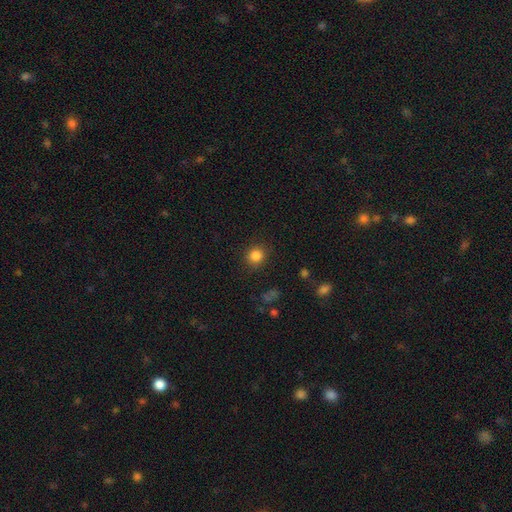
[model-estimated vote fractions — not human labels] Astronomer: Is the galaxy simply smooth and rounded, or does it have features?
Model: smooth — 85%.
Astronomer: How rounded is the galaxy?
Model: round — 87%.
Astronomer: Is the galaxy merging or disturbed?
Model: none — 86%.